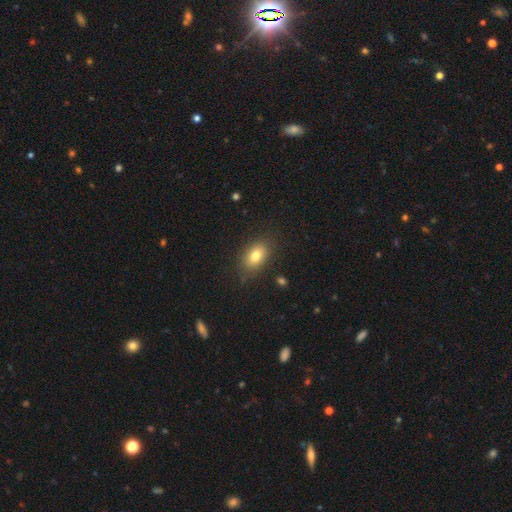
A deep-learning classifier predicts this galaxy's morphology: smooth 79%, featured or disk 11%, star or artifact 10%. Down the decision tree: how rounded — in between (84%); merging — none (81%).